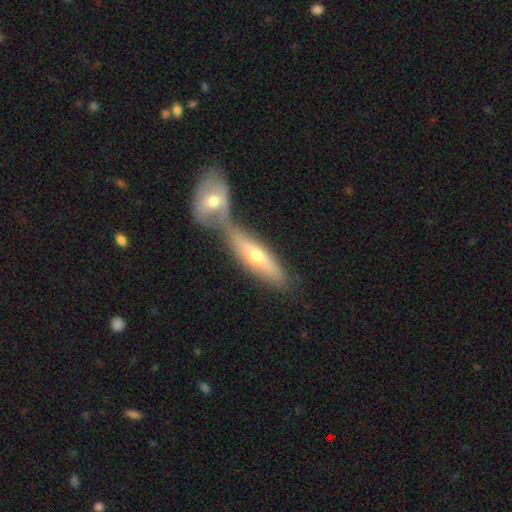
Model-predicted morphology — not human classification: Smooth or featured: featured or disk — 48% (smooth — 45%)
Merging: merger — 51% (none — 37%)